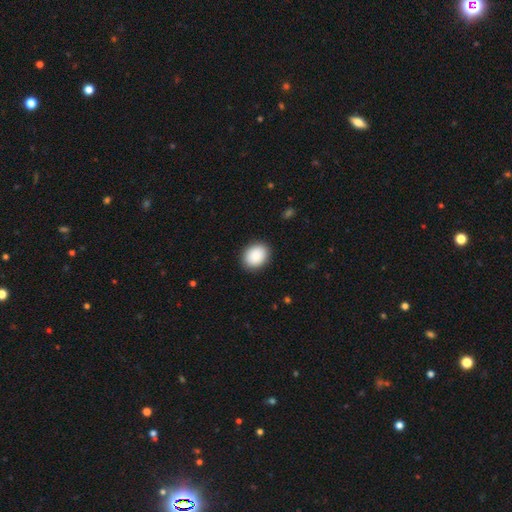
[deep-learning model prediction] smooth-or-featured: smooth: 90% | star or artifact: 7% | featured or disk: 3%
  how-rounded: in between: 54% | round: 45% | cigar-shaped: 1%
  merging: none: 90% | minor disturbance: 7% | major disturbance: 2% | merger: 1%